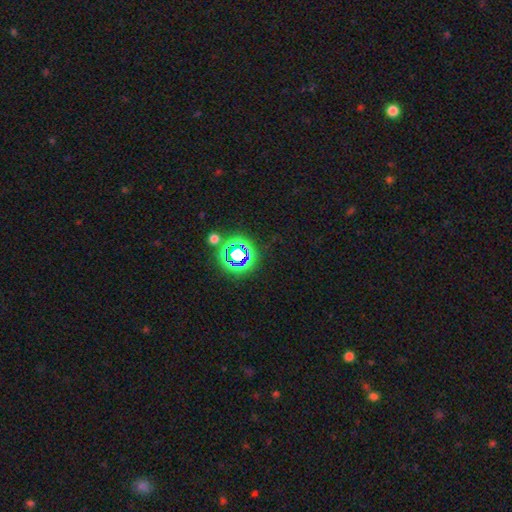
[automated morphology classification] Smooth or featured? star or artifact (73%)